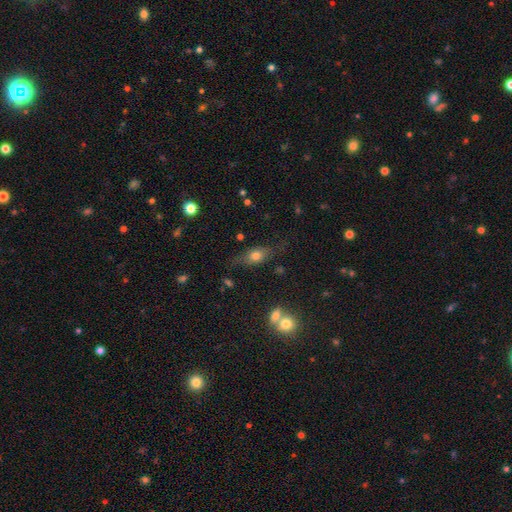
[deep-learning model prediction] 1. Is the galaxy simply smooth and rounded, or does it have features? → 64% smooth, 25% featured or disk, 11% star or artifact.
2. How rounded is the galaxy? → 72% in between, 15% cigar-shaped, 14% round.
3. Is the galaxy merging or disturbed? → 66% none, 22% minor disturbance, 9% major disturbance, 4% merger.